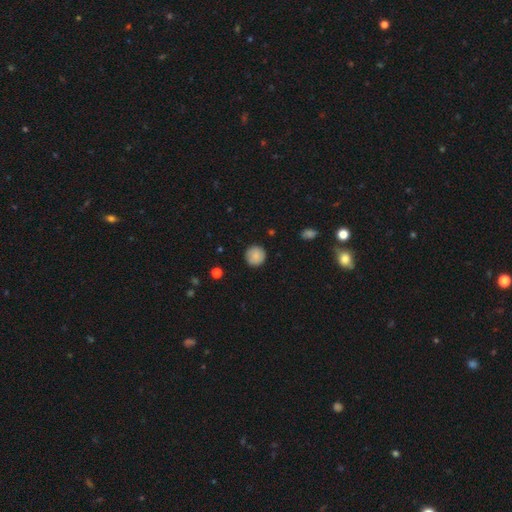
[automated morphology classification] A smooth galaxy with no disk features (85%) that is round (94%). Merging: none (88%).